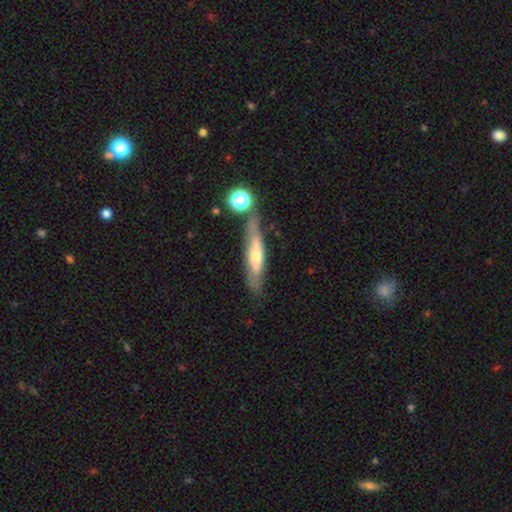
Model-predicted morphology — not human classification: Smooth or featured? Predicted: featured or disk (p=0.57). Edge-on disk? Predicted: yes (p=0.64). Merging? Predicted: none (p=0.64).